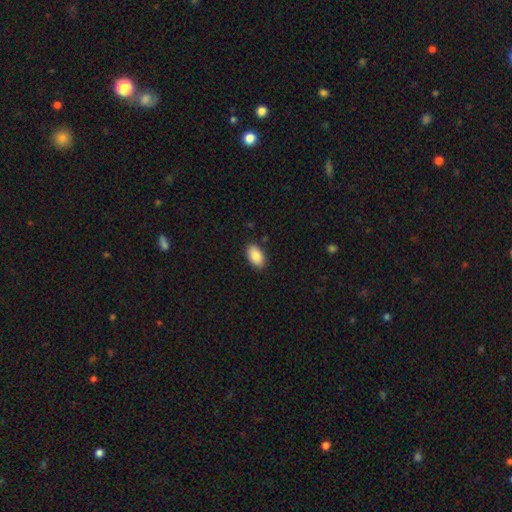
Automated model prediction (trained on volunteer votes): Smooth or featured? Predicted: smooth (p=0.88). How rounded? Predicted: in between (p=0.94). Merging? Predicted: none (p=0.88).